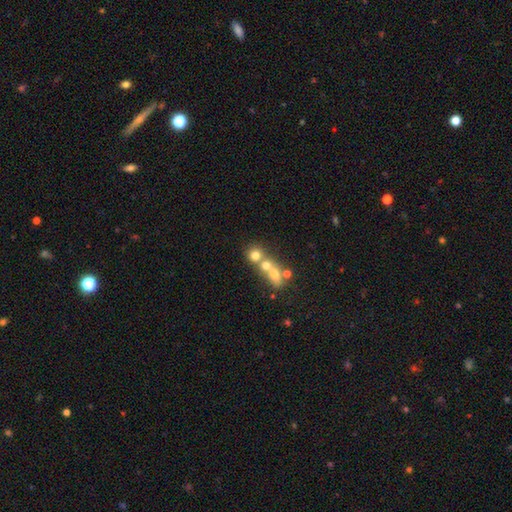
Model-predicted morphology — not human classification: The model was most divided on "merging": merger: 54%, none: 36%, minor disturbance: 6%, major disturbance: 4%. More confident: how rounded — round (81%); smooth or featured — smooth (68%).